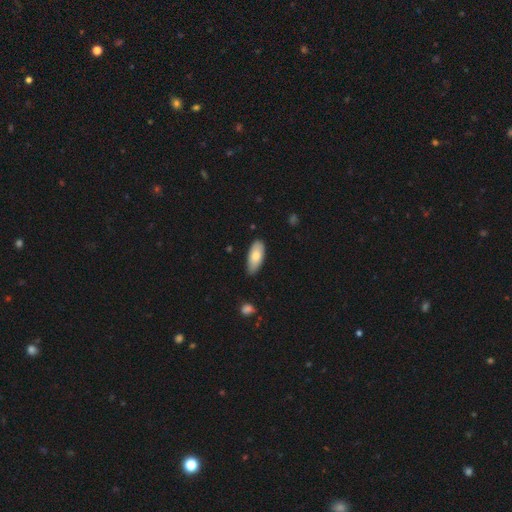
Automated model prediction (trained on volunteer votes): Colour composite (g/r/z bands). It shows a smooth galaxy with no disk features (78%) that is in between round and cigar-shaped (84%). Merging: none (77%).